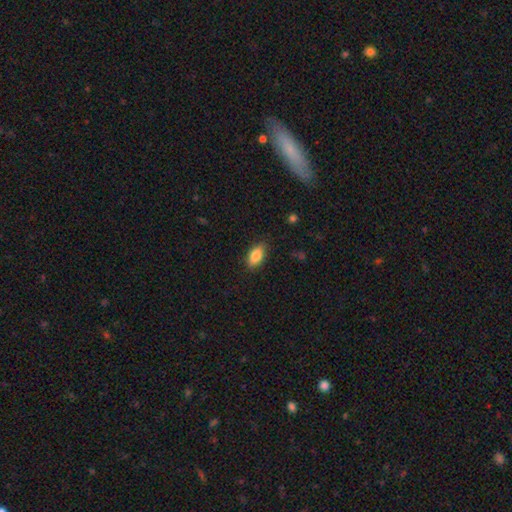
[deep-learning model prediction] smooth_or_featured: smooth (p=0.85) [alt: featured or disk p=0.08]
how_rounded: in between (p=0.90) [alt: round p=0.05]
merging: none (p=0.83) [alt: minor disturbance p=0.13]